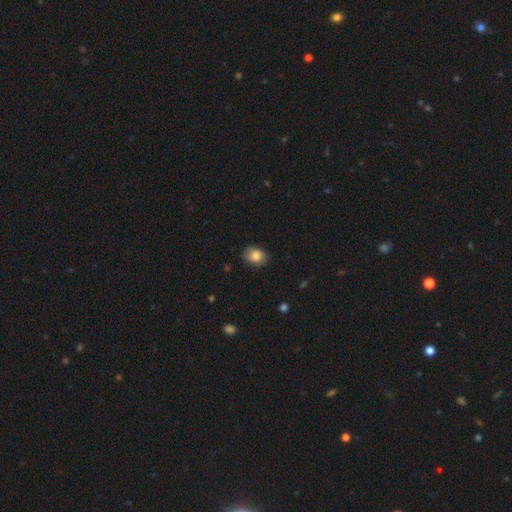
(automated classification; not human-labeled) Smooth or featured?
  - smooth: 84% *
  - star or artifact: 8%
  - featured or disk: 7%
How rounded?
  - in between: 55% *
  - round: 44%
  - cigar-shaped: 1%
Merging?
  - none: 82% *
  - minor disturbance: 14%
  - major disturbance: 3%
  - merger: 1%